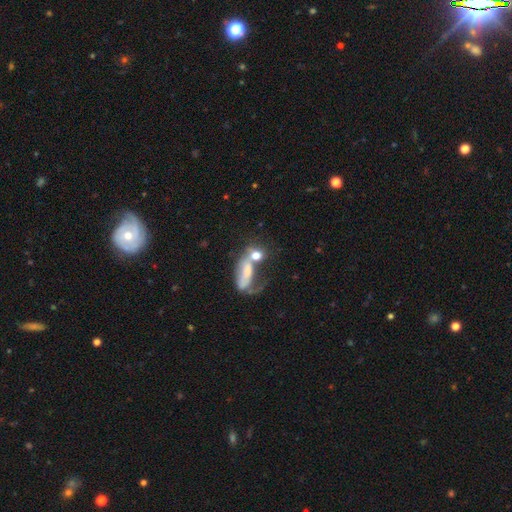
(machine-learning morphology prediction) This is possibly a smooth galaxy (59%). How rounded: possibly in between (59%). Merging: possibly merger (55%).